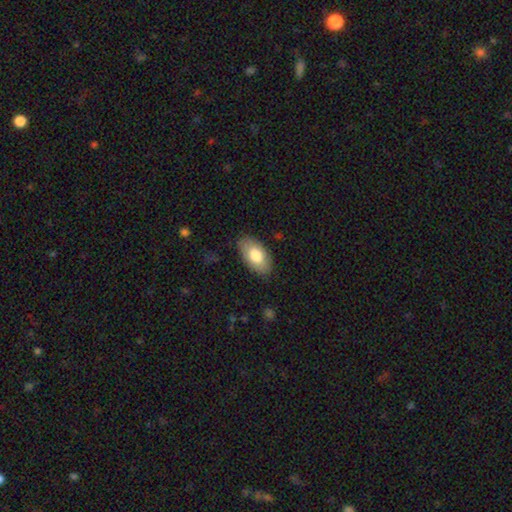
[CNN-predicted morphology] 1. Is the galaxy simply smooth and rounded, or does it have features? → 77% smooth, 17% featured or disk, 6% star or artifact.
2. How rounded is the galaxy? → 95% in between, 3% round, 2% cigar-shaped.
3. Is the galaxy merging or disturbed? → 84% none, 12% minor disturbance, 3% major disturbance, 1% merger.